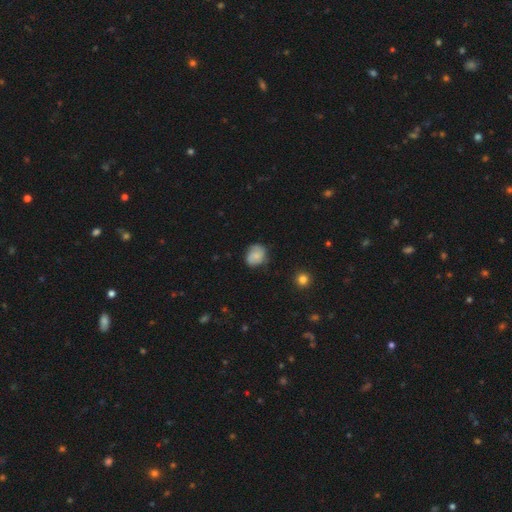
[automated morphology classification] A smooth galaxy with no disk features (68%) that is round (58%). Merging: none (66%).